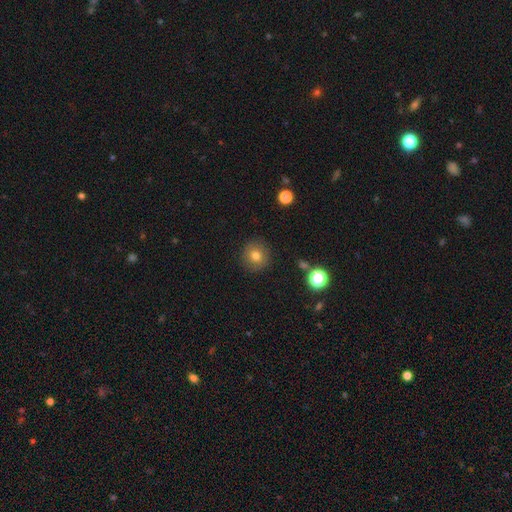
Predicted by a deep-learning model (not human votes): This is likely a smooth galaxy (75%). How rounded: clearly round (91%). Merging: clearly none (88%).